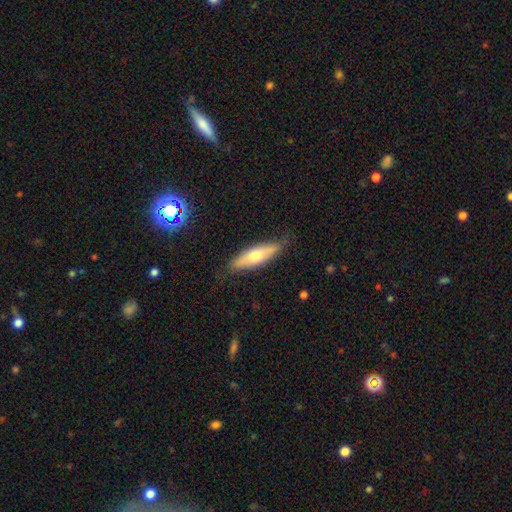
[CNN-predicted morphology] Smooth or featured?
  - smooth: 56% *
  - featured or disk: 38%
  - star or artifact: 6%
How rounded?
  - cigar-shaped: 57% *
  - in between: 41%
  - round: 2%
Merging?
  - none: 81% *
  - minor disturbance: 15%
  - major disturbance: 3%
  - merger: 1%